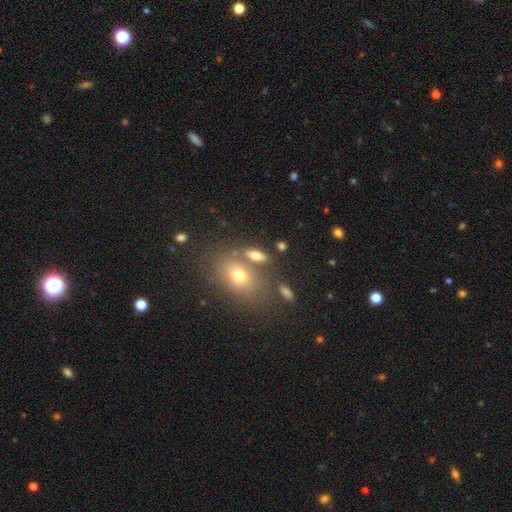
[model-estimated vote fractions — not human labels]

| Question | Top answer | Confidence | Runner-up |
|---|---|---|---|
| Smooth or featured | smooth | 68% | featured or disk (19%) |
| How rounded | in between | 71% | cigar-shaped (17%) |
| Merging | none | 65% | merger (18%) |